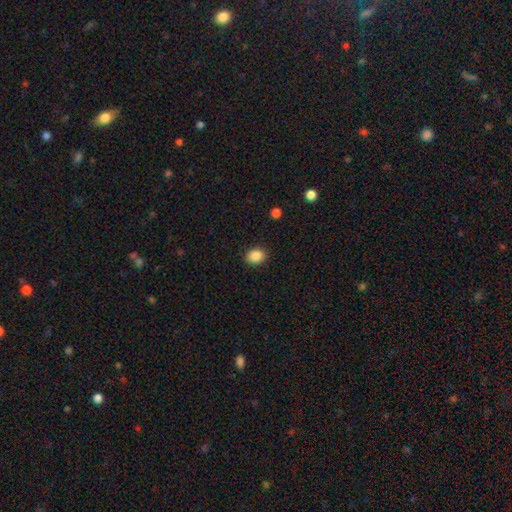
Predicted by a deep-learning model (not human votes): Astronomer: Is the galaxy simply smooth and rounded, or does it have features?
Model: smooth — 87%.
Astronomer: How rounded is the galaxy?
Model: in between — 52% (runner-up: round, 47%).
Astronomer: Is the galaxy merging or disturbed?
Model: none — 90%.